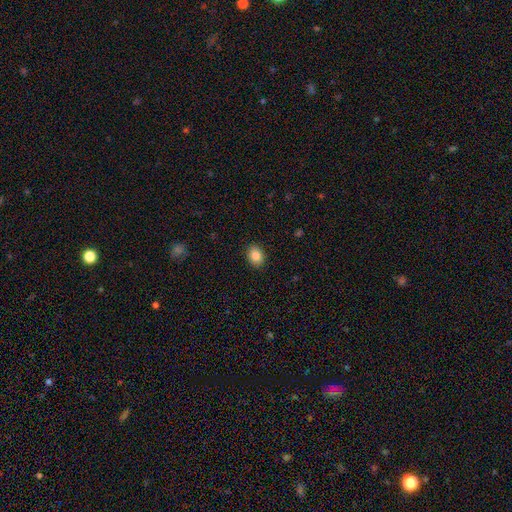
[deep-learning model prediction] Smooth or featured? Predicted: smooth (p=0.85). How rounded? Predicted: in between (p=0.59). Merging? Predicted: none (p=0.90).